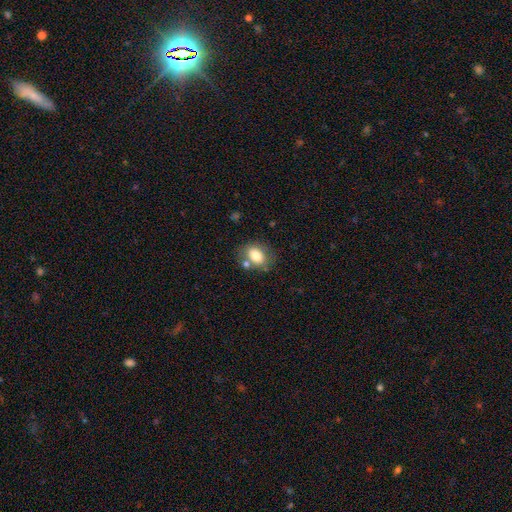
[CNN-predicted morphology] Smooth or featured: smooth — 78% (featured or disk — 13%)
How rounded: in between — 69% (round — 29%)
Merging: none — 65% (minor disturbance — 16%)